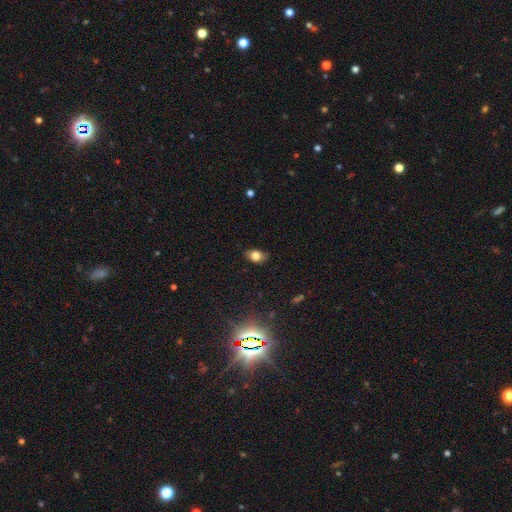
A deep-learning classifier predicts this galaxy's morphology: smooth-or-featured: smooth: 76% | featured or disk: 12% | star or artifact: 12%
  how-rounded: in between: 80% | round: 18% | cigar-shaped: 2%
  merging: none: 76% | minor disturbance: 19% | major disturbance: 4% | merger: 1%